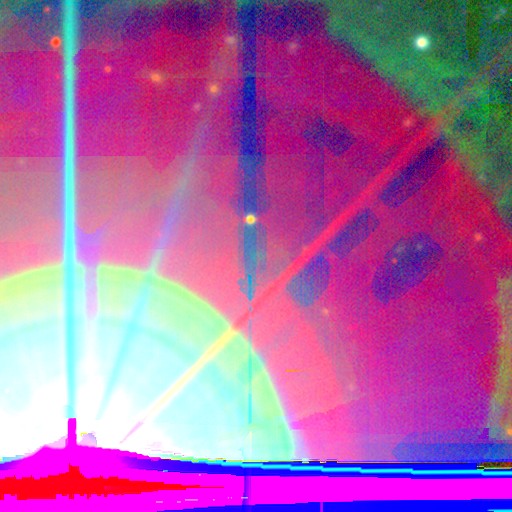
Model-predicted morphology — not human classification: A star or artifact, not a galaxy (76%).